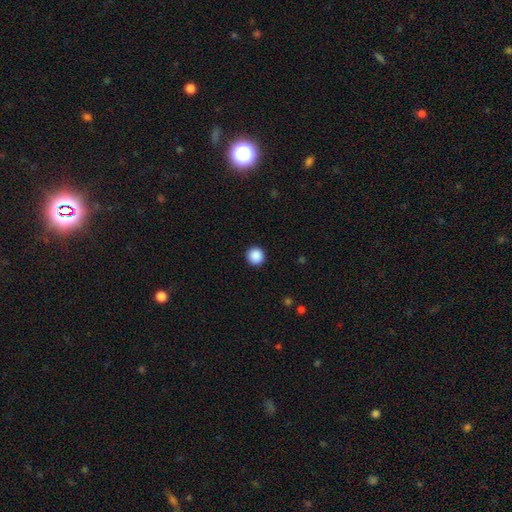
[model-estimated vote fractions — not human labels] Morphology: type=smooth (89%); roundness=round (95%); merging=none (93%).